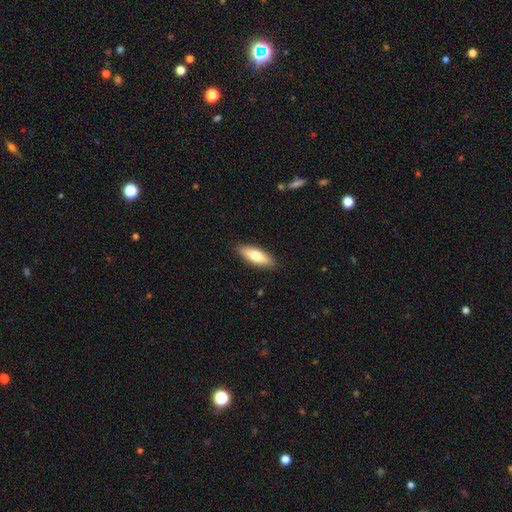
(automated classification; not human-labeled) Smooth or featured? smooth (74%)
How rounded? in between (58%)
Merging? none (89%)